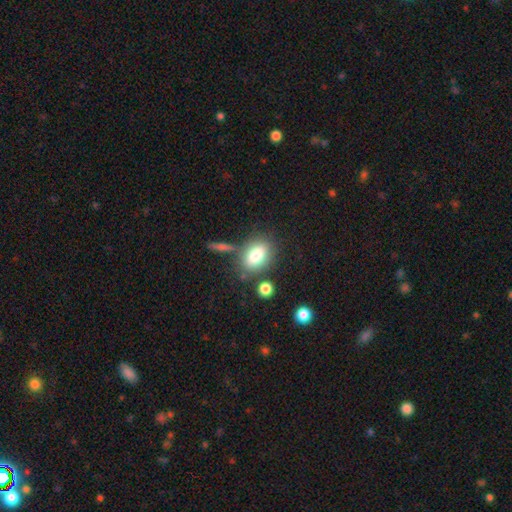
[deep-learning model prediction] Smooth or featured? Predicted: smooth (p=0.78). How rounded? Predicted: in between (p=0.76). Merging? Predicted: none (p=0.70).